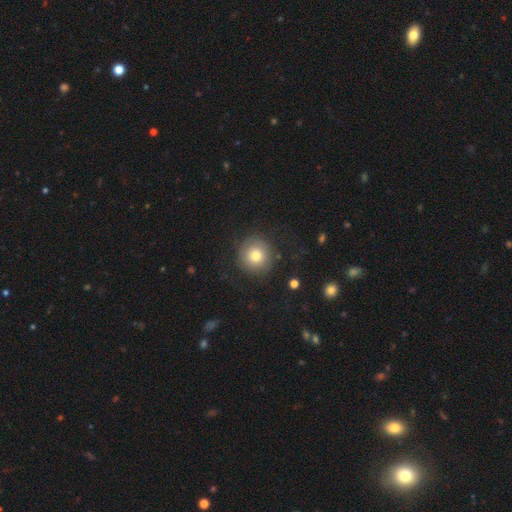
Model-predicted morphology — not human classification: This is likely a smooth galaxy (71%). How rounded: clearly round (94%). Merging: clearly none (82%).